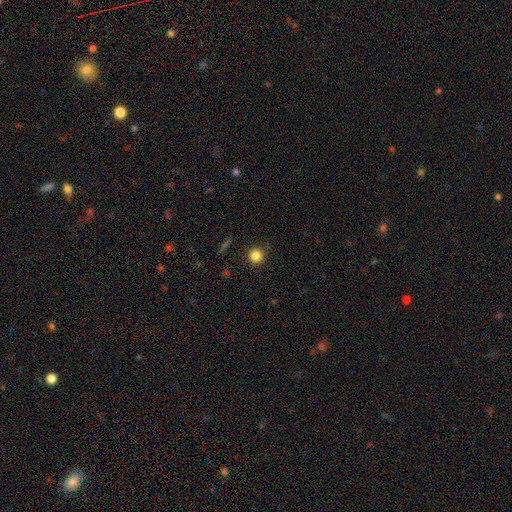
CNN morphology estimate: This is clearly a smooth galaxy (83%). How rounded: clearly round (93%). Merging: clearly none (87%).